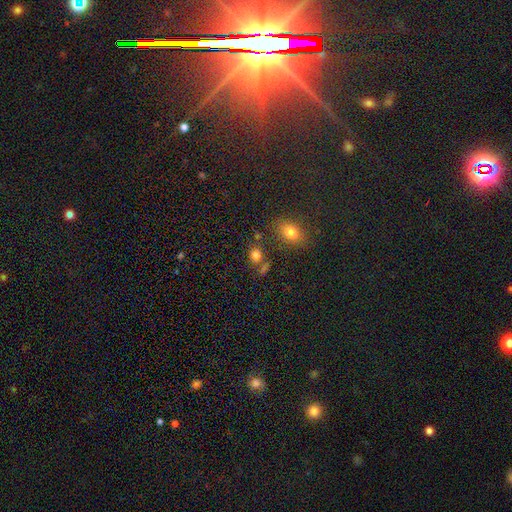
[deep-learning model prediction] Q: Smooth or featured?
A: smooth (65%); runner-up: star or artifact (25%)
Q: How rounded?
A: in between (64%); runner-up: round (33%)
Q: Merging?
A: none (72%); runner-up: merger (13%)